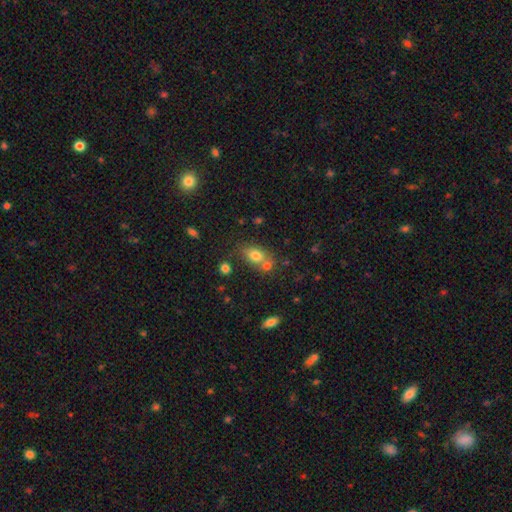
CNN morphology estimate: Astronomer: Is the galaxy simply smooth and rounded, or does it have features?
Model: smooth — 75%.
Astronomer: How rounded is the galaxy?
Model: in between — 71%.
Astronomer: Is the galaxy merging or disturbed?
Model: none — 46% (runner-up: merger, 37%).